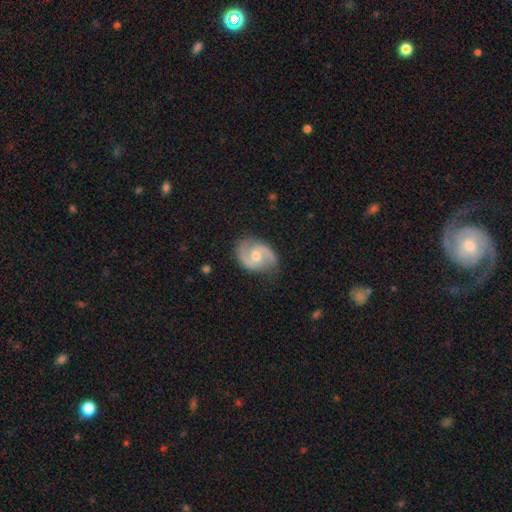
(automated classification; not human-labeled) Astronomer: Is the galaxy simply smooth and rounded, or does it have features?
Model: featured or disk — 88%.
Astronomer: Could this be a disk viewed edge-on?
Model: no — 98%.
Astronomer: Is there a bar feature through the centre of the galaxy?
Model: no — 48% (runner-up: weak, 42%).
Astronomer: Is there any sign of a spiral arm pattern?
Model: yes — 96%.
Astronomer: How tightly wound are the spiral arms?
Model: medium — 56%.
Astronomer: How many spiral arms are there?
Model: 2 — 93%.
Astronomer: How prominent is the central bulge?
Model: moderate — 71%.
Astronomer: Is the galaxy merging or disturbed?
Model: none — 79%.